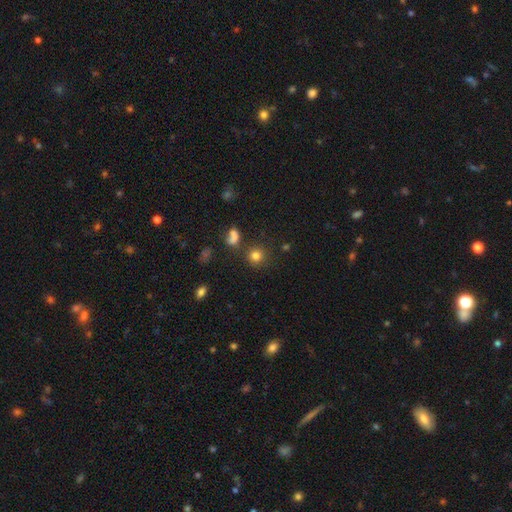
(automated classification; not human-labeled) Morphology: type=smooth (79%); roundness=round (88%); merging=none (79%).